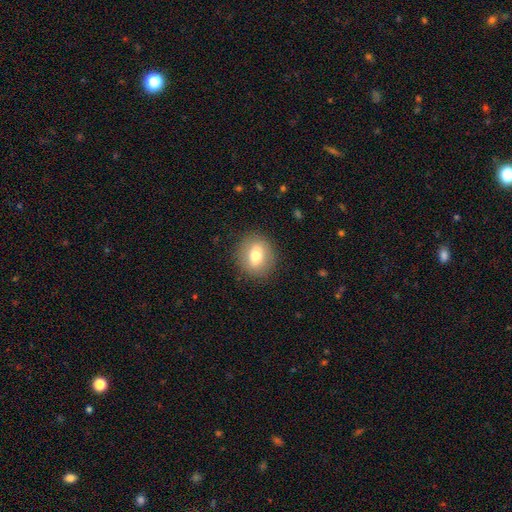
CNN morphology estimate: Smooth or featured? Predicted: smooth (p=0.67). How rounded? Predicted: round (p=0.59). Merging? Predicted: none (p=0.86).